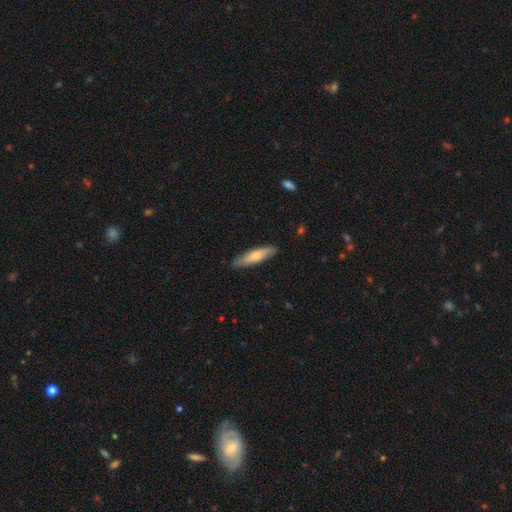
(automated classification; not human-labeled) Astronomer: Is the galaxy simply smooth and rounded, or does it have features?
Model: smooth — 62%.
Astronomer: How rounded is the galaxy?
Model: cigar-shaped — 75%.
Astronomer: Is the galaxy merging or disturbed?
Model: none — 86%.